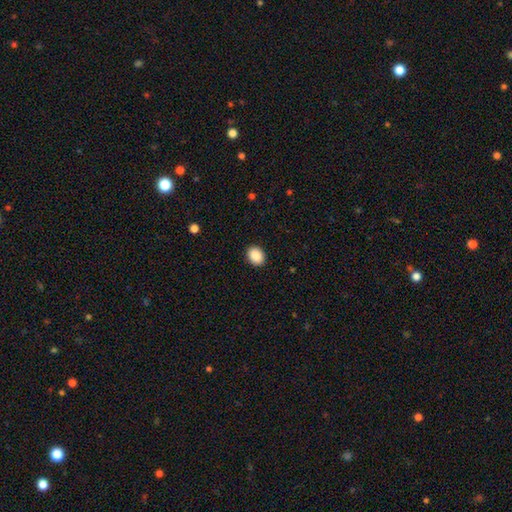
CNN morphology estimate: Q: Smooth or featured?
A: smooth (89%); runner-up: star or artifact (8%)
Q: How rounded?
A: in between (52%); runner-up: round (48%)
Q: Merging?
A: none (91%); runner-up: minor disturbance (6%)